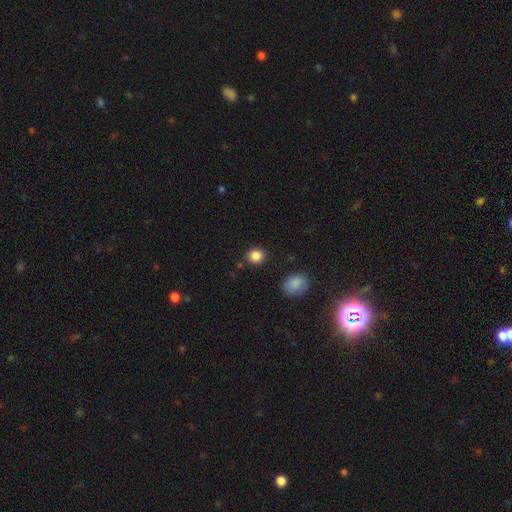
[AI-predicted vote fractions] Smooth or featured? smooth (86%)
How rounded? round (84%)
Merging? none (88%)